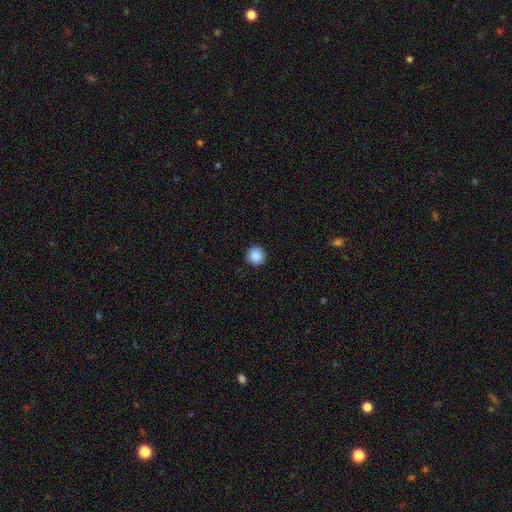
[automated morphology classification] A smooth galaxy with no disk features (87%) that is round (95%).

Vote fractions:
- Smooth or featured? smooth: 87% / star or artifact: 9% / featured or disk: 4%
- How rounded? round: 95% / in between: 4% / cigar-shaped: 1%
- Merging? none: 92% / minor disturbance: 6% / major disturbance: 2% / merger: 1%